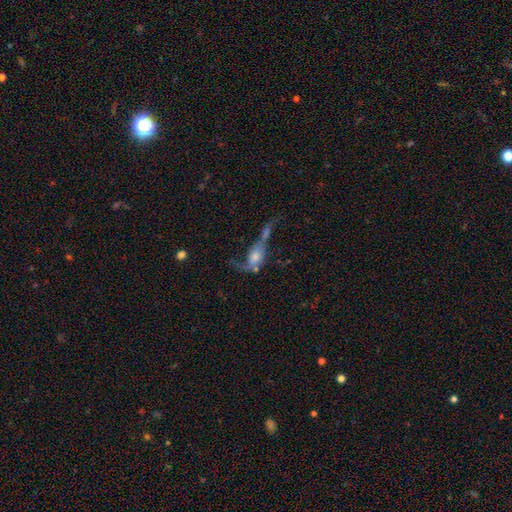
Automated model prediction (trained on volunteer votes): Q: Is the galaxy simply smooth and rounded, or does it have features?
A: featured or disk — 54%.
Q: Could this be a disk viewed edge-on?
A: no — 87%.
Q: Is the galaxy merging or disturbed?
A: merger — 46%.